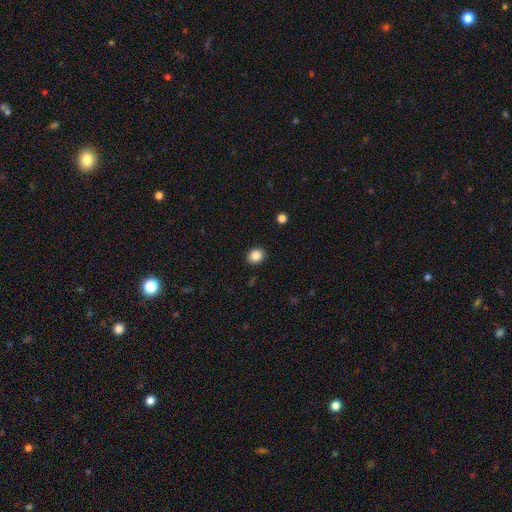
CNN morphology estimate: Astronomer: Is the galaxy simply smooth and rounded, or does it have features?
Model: smooth — 85%.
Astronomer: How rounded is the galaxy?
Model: round — 67%.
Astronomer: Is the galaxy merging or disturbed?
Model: none — 91%.